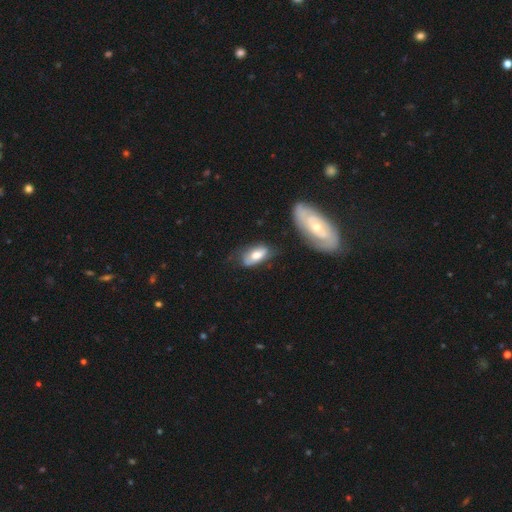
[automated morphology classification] type=smooth (58%); roundness=in between (88%); merging=none (51%).